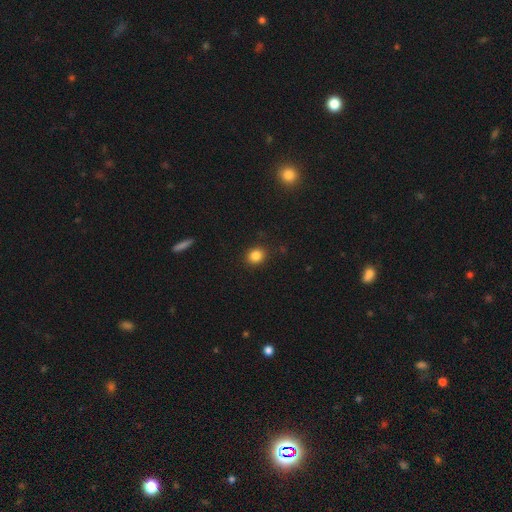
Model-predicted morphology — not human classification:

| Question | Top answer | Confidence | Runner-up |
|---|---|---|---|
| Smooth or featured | smooth | 84% | star or artifact (11%) |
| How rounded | round | 77% | in between (23%) |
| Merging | none | 90% | minor disturbance (7%) |